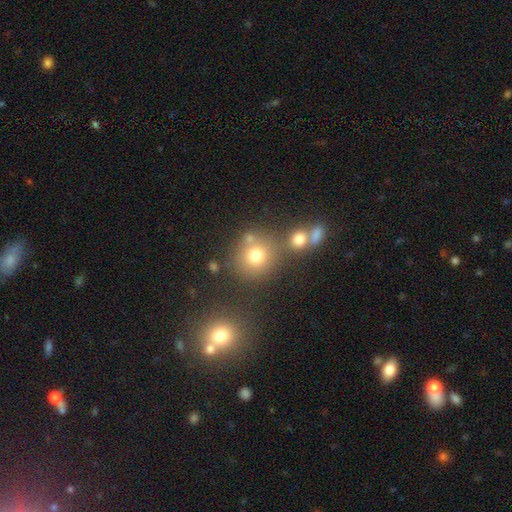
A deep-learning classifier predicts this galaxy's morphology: A smooth galaxy with no disk features (73%) that is round (87%).

Vote fractions:
- Smooth or featured? smooth: 73% / star or artifact: 15% / featured or disk: 12%
- How rounded? round: 87% / in between: 12% / cigar-shaped: 1%
- Merging? none: 61% / merger: 24% / minor disturbance: 10% / major disturbance: 5%